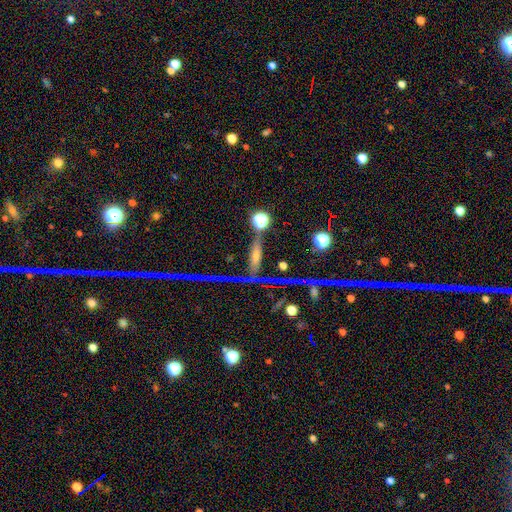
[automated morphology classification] A featured or disk galaxy (49%). Merging: none (65%).